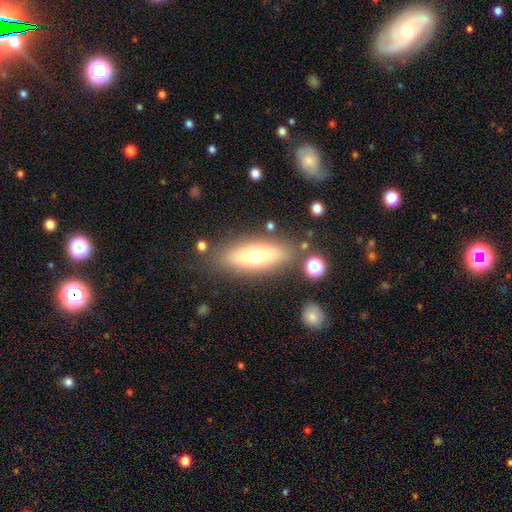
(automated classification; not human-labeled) Smooth or featured?
  - smooth: 60% *
  - featured or disk: 31%
  - star or artifact: 9%
How rounded?
  - in between: 51% *
  - cigar-shaped: 47%
  - round: 3%
Merging?
  - none: 80% *
  - minor disturbance: 12%
  - merger: 5%
  - major disturbance: 3%